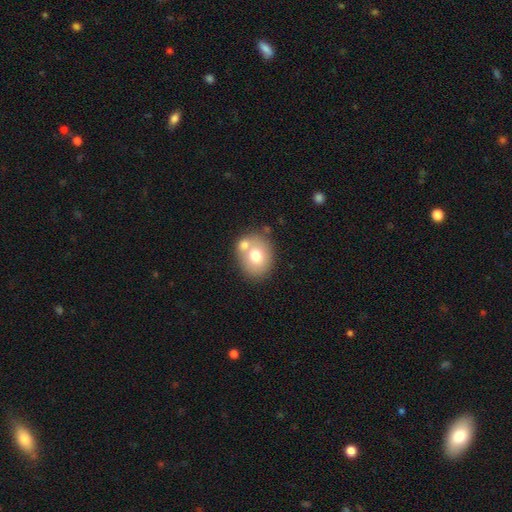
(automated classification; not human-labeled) smooth-or-featured: smooth: 68% | featured or disk: 23% | star or artifact: 9%
  how-rounded: round: 53% | in between: 46% | cigar-shaped: 1%
  merging: none: 54% | merger: 31% | minor disturbance: 12% | major disturbance: 4%